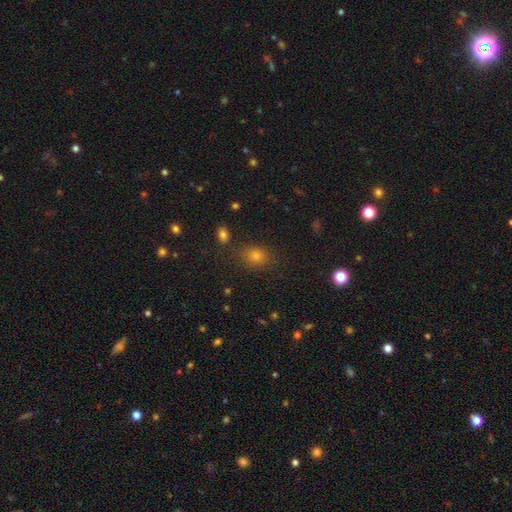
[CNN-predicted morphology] Smooth or featured: smooth — 73% (star or artifact — 20%)
How rounded: round — 54% (in between — 44%)
Merging: none — 82% (minor disturbance — 11%)